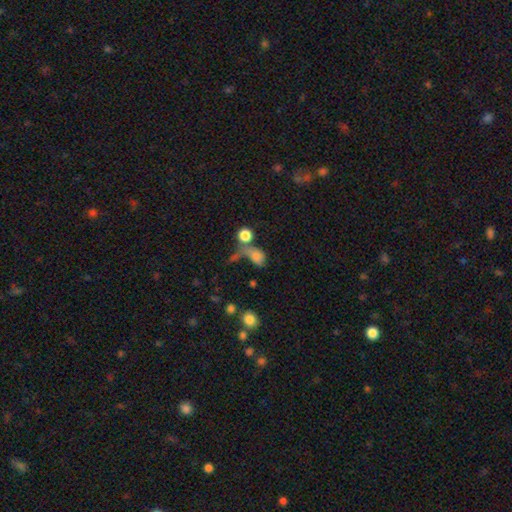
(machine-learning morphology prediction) The model was most divided on "merging": merger: 36%, major disturbance: 25%, none: 25%, minor disturbance: 14%. More confident: smooth or featured — smooth (68%); how rounded — in between (56%).